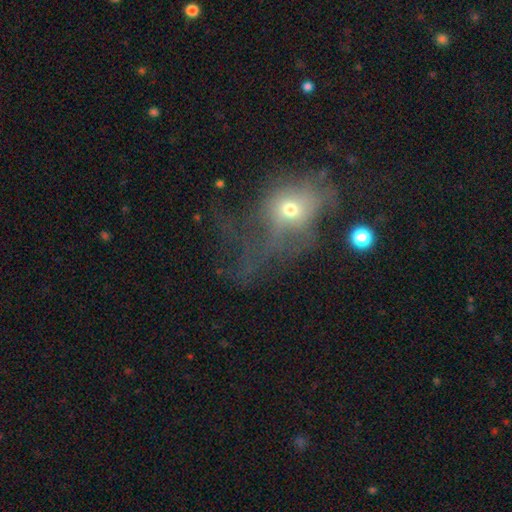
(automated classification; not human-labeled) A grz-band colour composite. It shows a smooth galaxy with no disk features (39%). Merging: major disturbance (50%).